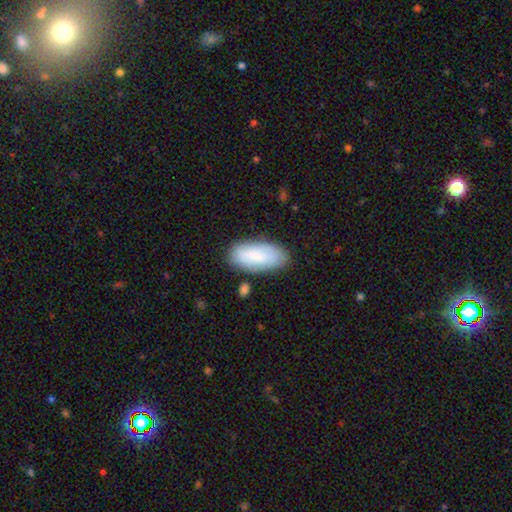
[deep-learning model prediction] Morphology: type=smooth (77%); roundness=in between (90%); merging=none (79%).